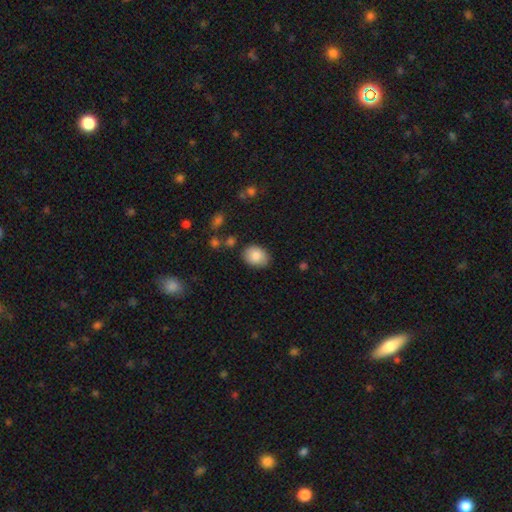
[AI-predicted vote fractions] The model was most divided on "how rounded": in between: 67%, round: 32%, cigar-shaped: 1%. More confident: smooth or featured — smooth (86%); merging — none (81%).